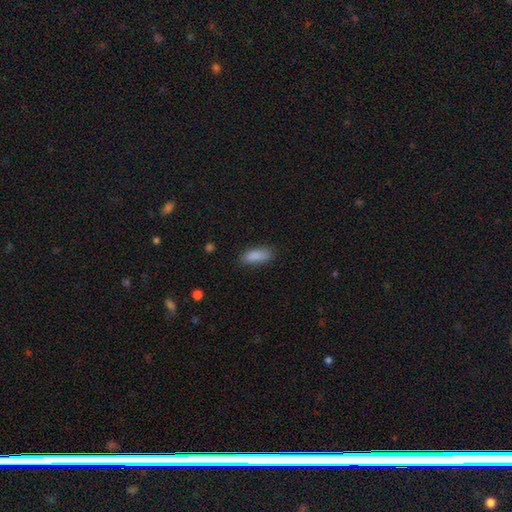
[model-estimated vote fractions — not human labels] The model was most divided on "how rounded": in between: 72%, cigar-shaped: 26%, round: 2%. More confident: smooth or featured — smooth (88%); merging — none (81%).